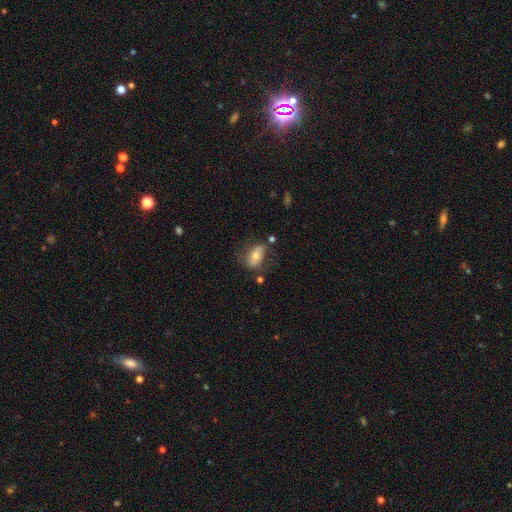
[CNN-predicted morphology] Q: Smooth or featured?
A: smooth (55%); runner-up: featured or disk (37%)
Q: How rounded?
A: in between (83%); runner-up: round (10%)
Q: Merging?
A: none (62%); runner-up: minor disturbance (21%)